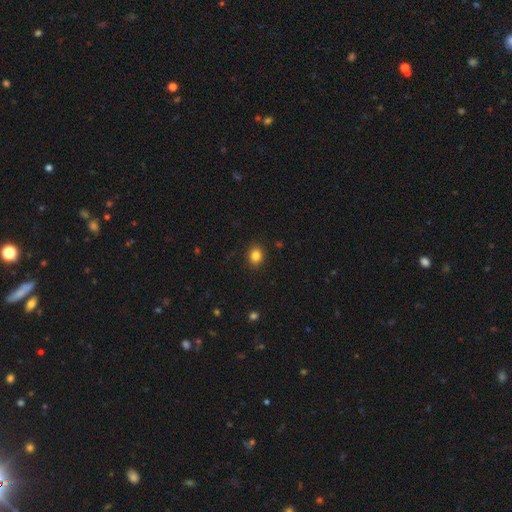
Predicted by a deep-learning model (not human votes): A smooth galaxy with no disk features (85%) that is round (61%).

Vote fractions:
- Smooth or featured? smooth: 85% / star or artifact: 11% / featured or disk: 5%
- How rounded? round: 61% / in between: 38% / cigar-shaped: 1%
- Merging? none: 90% / minor disturbance: 7% / major disturbance: 2% / merger: 1%